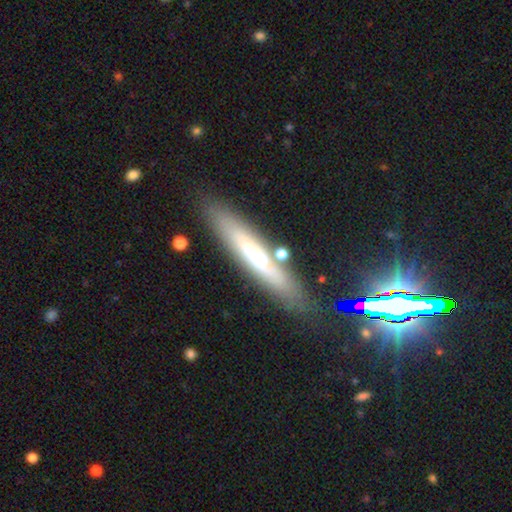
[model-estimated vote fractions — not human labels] Overall: smooth (53%; featured or disk 36%). How rounded: cigar-shaped (89%). Merging: none (83%).